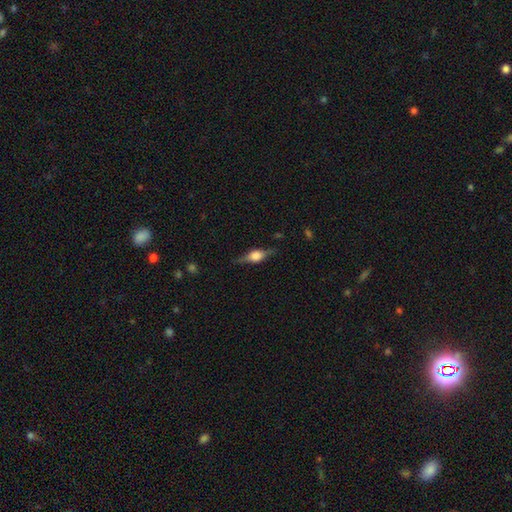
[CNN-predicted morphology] A featured or disk galaxy (71%) viewed edge-on (96%) with a rounded central bulge (89%).

Vote fractions:
- Smooth or featured? featured or disk: 71% / smooth: 22% / star or artifact: 7%
- Edge-on disk? yes: 96% / no: 4%
- Edge-on bulge? rounded: 89% / boxy: 10% / none: 1%
- Merging? none: 82% / minor disturbance: 13% / major disturbance: 4% / merger: 1%